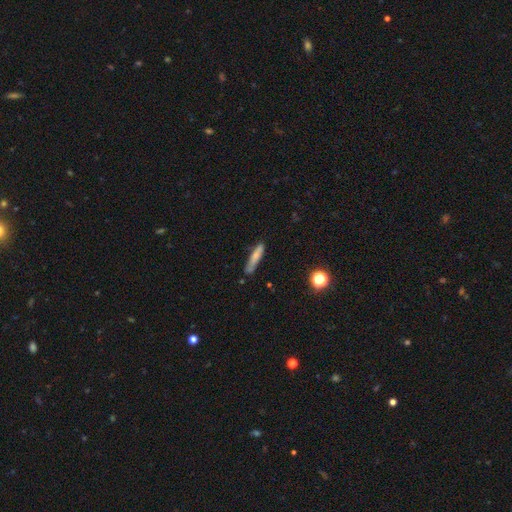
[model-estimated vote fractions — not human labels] Smooth or featured? smooth (70%)
How rounded? cigar-shaped (86%)
Merging? none (70%)